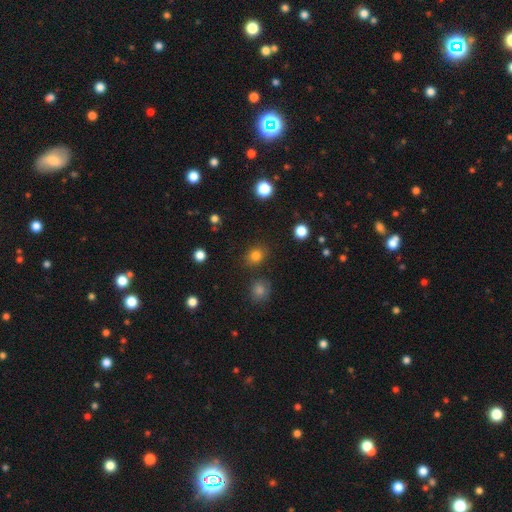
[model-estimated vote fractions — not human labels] Smooth or featured? smooth (81%)
How rounded? round (72%)
Merging? none (84%)